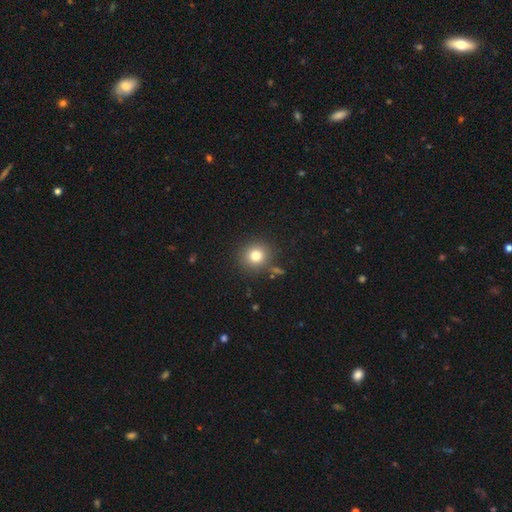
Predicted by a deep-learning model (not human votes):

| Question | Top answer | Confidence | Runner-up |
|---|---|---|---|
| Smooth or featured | smooth | 80% | star or artifact (13%) |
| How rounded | round | 90% | in between (9%) |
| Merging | none | 85% | minor disturbance (8%) |